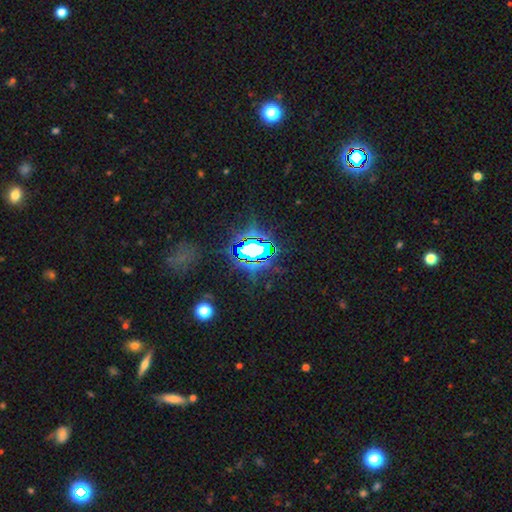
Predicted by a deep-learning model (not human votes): Smooth or featured? star or artifact (72%)